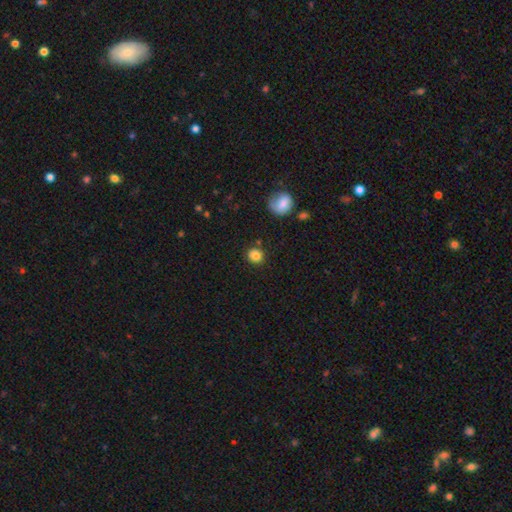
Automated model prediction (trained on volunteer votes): smooth_or_featured: smooth (p=0.83) [alt: star or artifact p=0.11]
how_rounded: round (p=0.86) [alt: in between p=0.13]
merging: none (p=0.83) [alt: minor disturbance p=0.11]